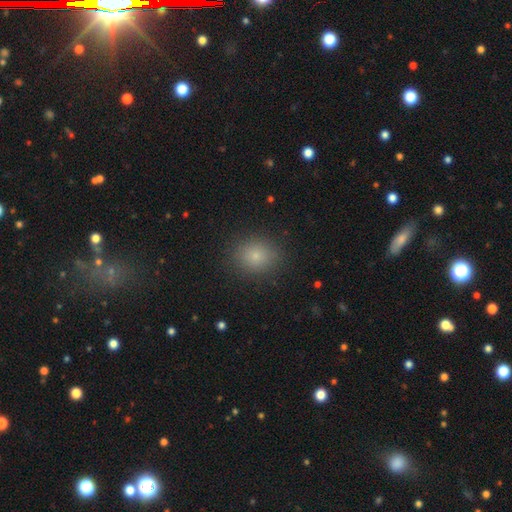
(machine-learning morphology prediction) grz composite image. It shows a smooth galaxy with no disk features (79%) that is round (67%). Merging: none (87%).